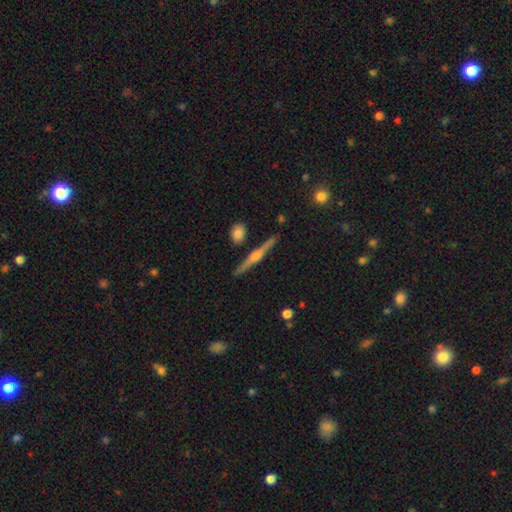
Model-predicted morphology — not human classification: Q: Smooth or featured?
A: featured or disk (79%); runner-up: smooth (15%)
Q: Edge-on disk?
A: yes (98%); runner-up: no (2%)
Q: Edge-on bulge?
A: rounded (83%); runner-up: boxy (10%)
Q: Merging?
A: none (87%); runner-up: minor disturbance (8%)